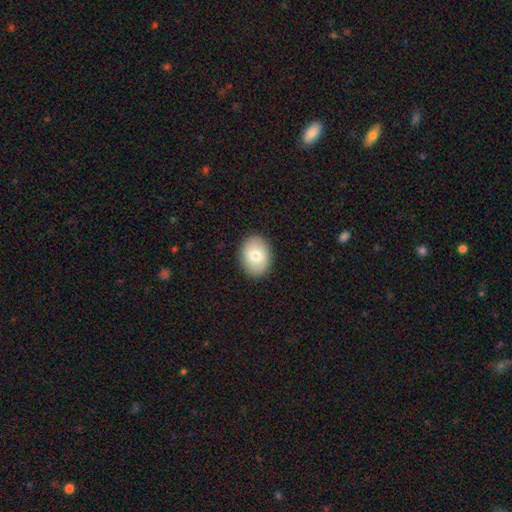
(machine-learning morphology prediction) type=smooth (74%); roundness=in between (68%); merging=none (89%).